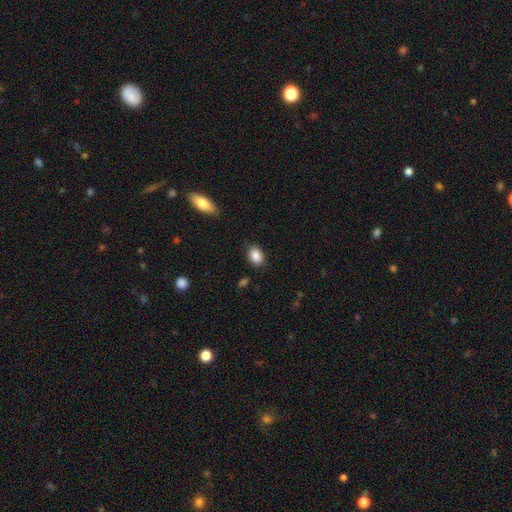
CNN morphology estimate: Smooth or featured? Predicted: smooth (p=0.88). How rounded? Predicted: in between (p=0.71). Merging? Predicted: none (p=0.85).